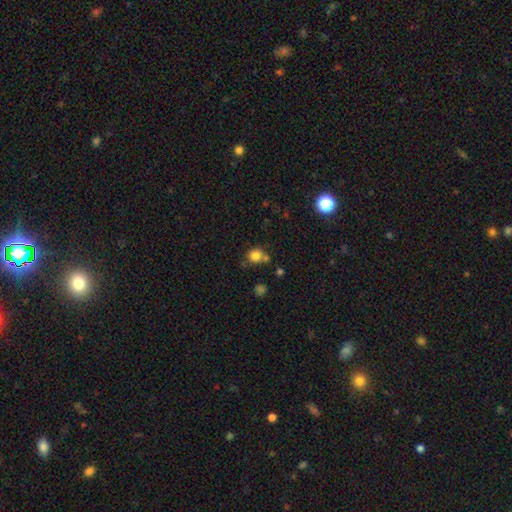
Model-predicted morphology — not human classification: Q: Smooth or featured?
A: smooth (81%); runner-up: star or artifact (13%)
Q: How rounded?
A: round (88%); runner-up: in between (11%)
Q: Merging?
A: none (65%); runner-up: merger (18%)